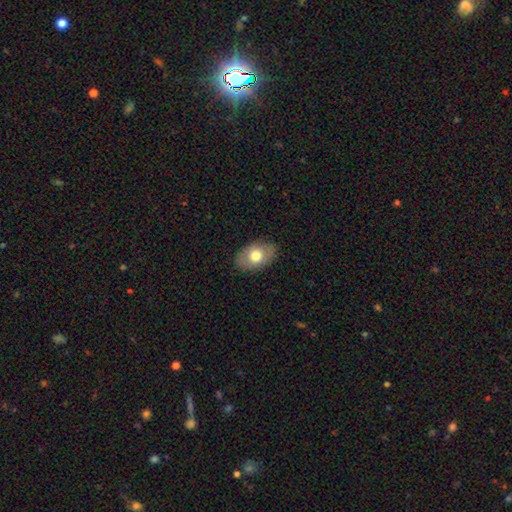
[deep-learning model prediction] Morphology: type=smooth (69%); roundness=in between (85%); merging=none (84%).